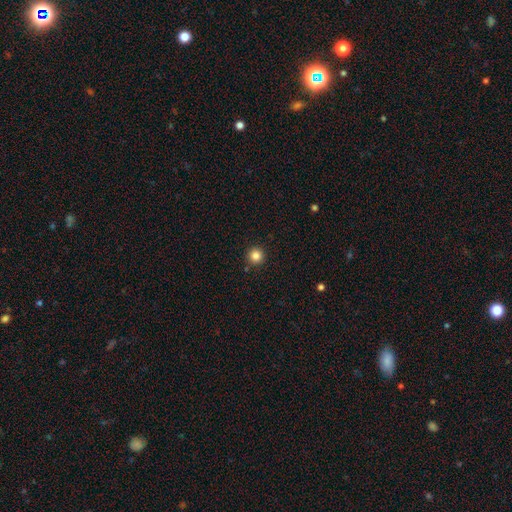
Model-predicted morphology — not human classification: This appears to be a smooth galaxy with no disk features (85%) that is round (96%). Merging: none (91%).